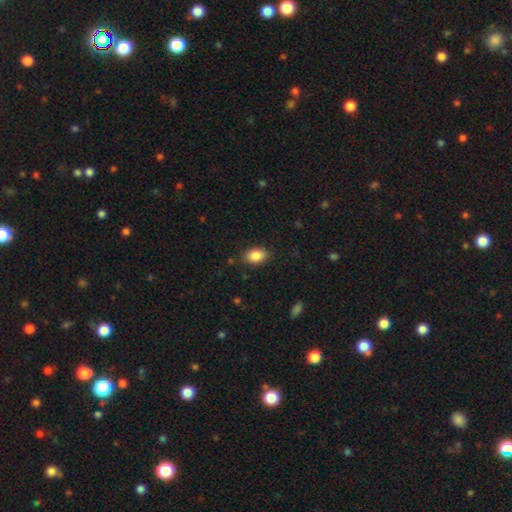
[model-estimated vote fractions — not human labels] This is clearly a smooth galaxy (88%). How rounded: clearly in between (83%). Merging: clearly none (85%).